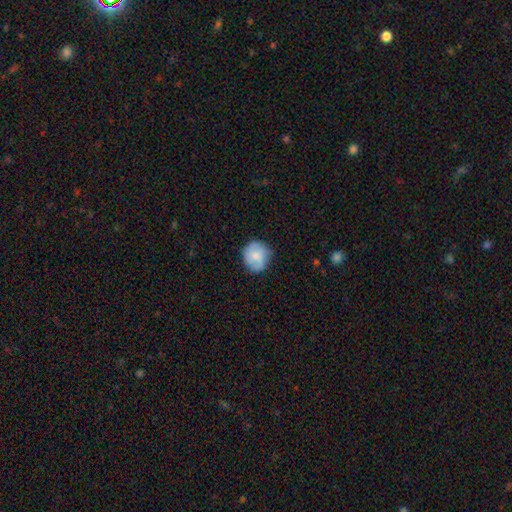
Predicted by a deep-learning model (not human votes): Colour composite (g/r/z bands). It shows a smooth galaxy with no disk features (72%) that is round (85%). Merging: none (72%).